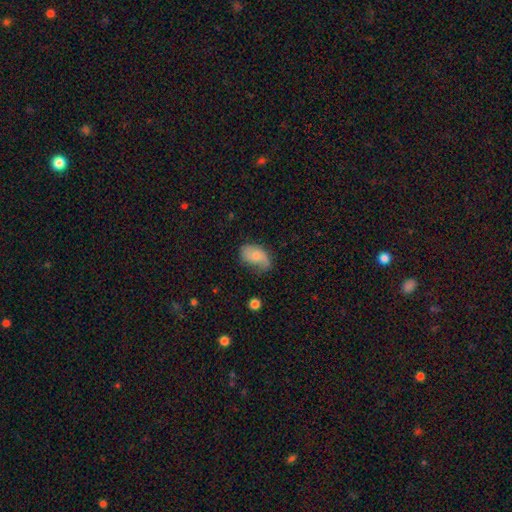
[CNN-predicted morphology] Q: Smooth or featured?
A: smooth (58%); runner-up: featured or disk (34%)
Q: How rounded?
A: in between (88%); runner-up: round (10%)
Q: Merging?
A: none (43%); runner-up: minor disturbance (36%)